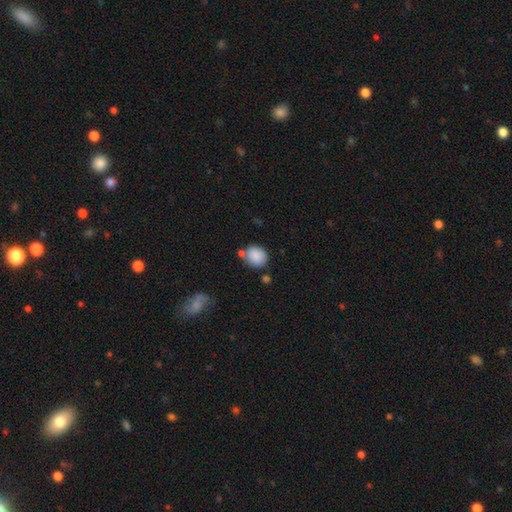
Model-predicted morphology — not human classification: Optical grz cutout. It shows a smooth galaxy with no disk features (87%) that is round (61%). Merging: none (62%).